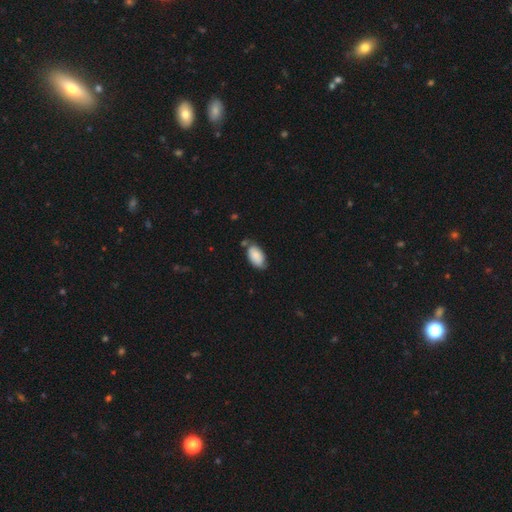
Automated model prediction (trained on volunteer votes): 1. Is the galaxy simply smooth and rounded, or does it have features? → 81% smooth, 12% featured or disk, 7% star or artifact.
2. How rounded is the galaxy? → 95% in between, 3% round, 2% cigar-shaped.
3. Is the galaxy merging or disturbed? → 60% none, 27% minor disturbance, 7% merger, 6% major disturbance.